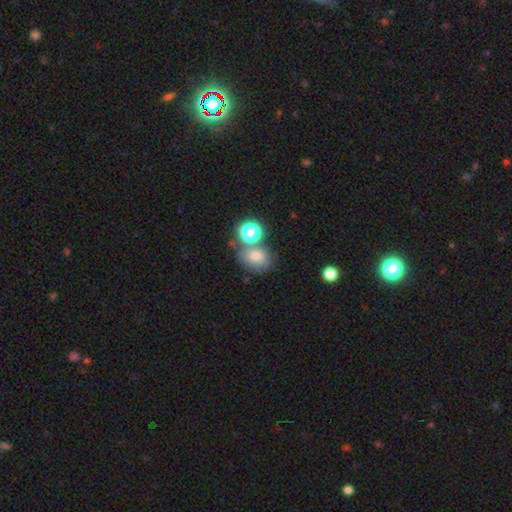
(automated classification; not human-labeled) Morphology: type=smooth (69%); roundness=round (52%); merging=none (59%).